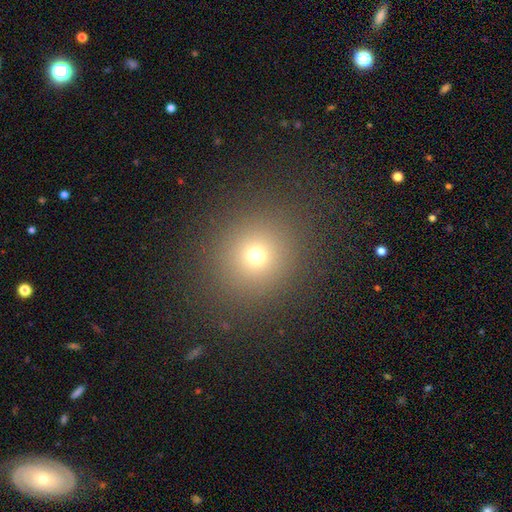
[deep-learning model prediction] A smooth galaxy with no disk features (69%) that is round (89%). Merging: none (88%).